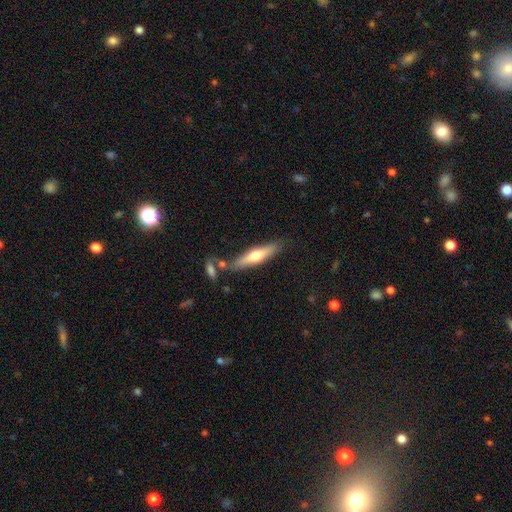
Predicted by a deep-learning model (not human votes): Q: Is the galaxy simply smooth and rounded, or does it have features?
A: smooth — 50%.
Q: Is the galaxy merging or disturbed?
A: none — 75%.